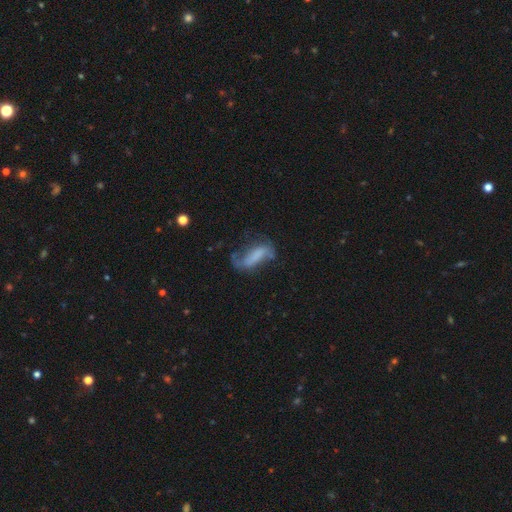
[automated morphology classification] This is possibly a featured or disk galaxy (46%). Merging: marginally none (37%).